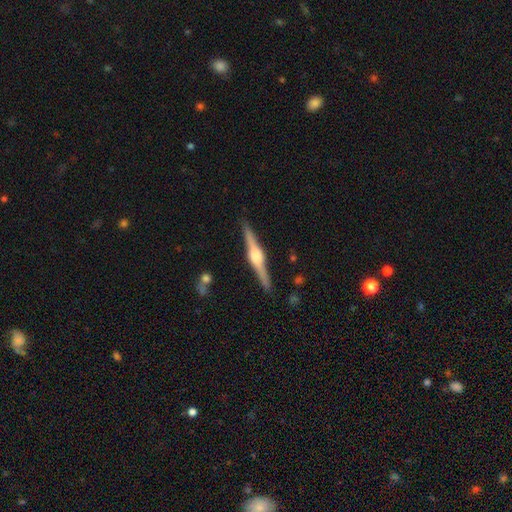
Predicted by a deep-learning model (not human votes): Morphology: type=featured or disk (84%); edge-on=yes (98%); edge-on bulge=rounded (86%); merging=none (90%).